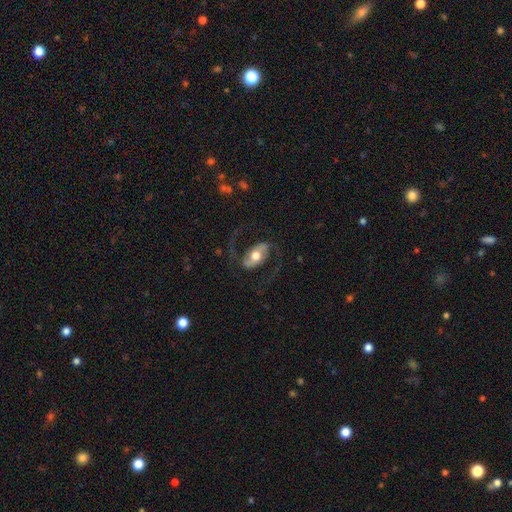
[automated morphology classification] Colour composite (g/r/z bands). It shows a featured or disk galaxy (80%) with a weak bar (35%), 2 (93%) loose (53%) spiral arms (92%) and a moderate central bulge (67%). Merging: none (72%).